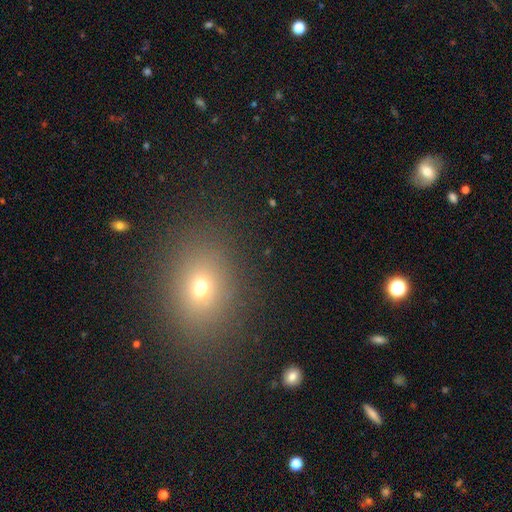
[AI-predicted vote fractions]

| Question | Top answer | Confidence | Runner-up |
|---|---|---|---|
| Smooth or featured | smooth | 62% | star or artifact (26%) |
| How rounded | in between | 57% | round (41%) |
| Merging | none | 87% | minor disturbance (8%) |